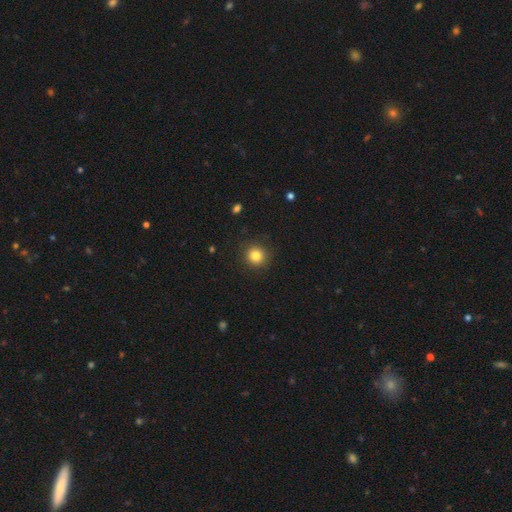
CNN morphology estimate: This appears to be a smooth galaxy with no disk features (82%) that is round (93%). Merging: none (89%).